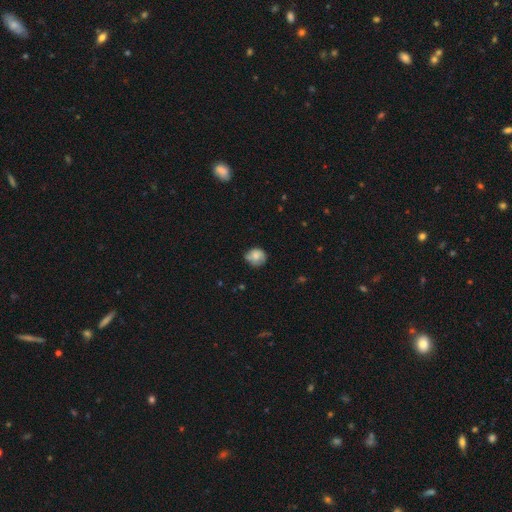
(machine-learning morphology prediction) This appears to be a smooth galaxy with no disk features (72%) that is round (76%). Merging: none (61%).